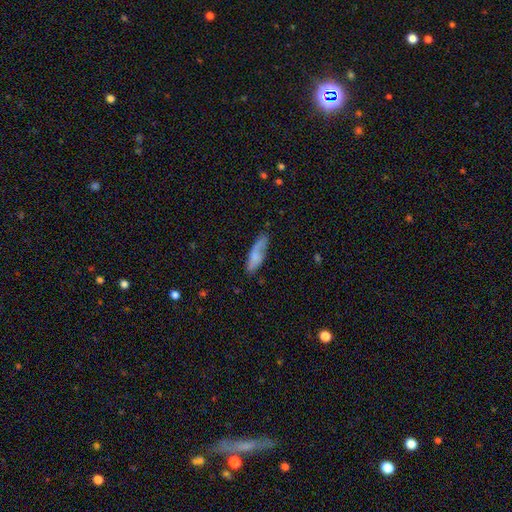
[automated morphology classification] A smooth galaxy with no disk features (63%) that is cigar-shaped (53%). Merging: none (64%).